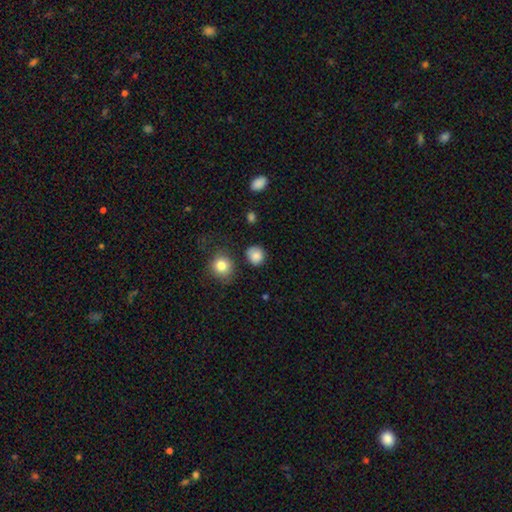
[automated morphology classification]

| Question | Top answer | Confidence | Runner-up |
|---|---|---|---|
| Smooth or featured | smooth | 86% | star or artifact (10%) |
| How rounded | round | 84% | in between (15%) |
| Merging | none | 80% | minor disturbance (13%) |